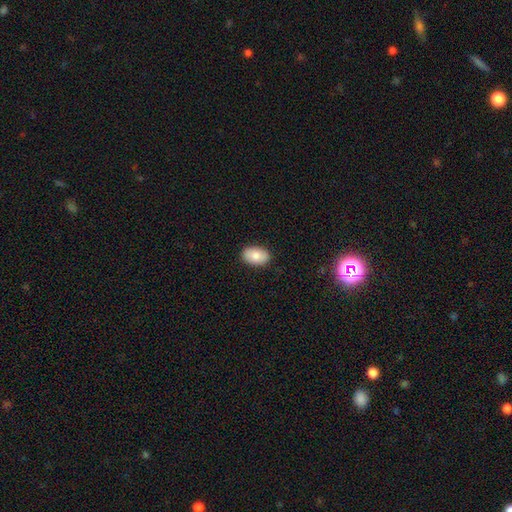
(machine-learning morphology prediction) This appears to be a smooth galaxy with no disk features (83%) that is in between round and cigar-shaped (89%). Merging: none (88%).